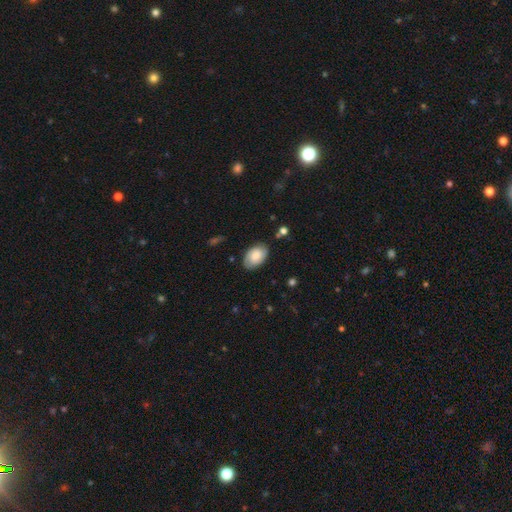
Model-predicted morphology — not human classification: Smooth or featured?
  - smooth: 61% *
  - featured or disk: 32%
  - star or artifact: 7%
How rounded?
  - in between: 91% *
  - round: 8%
  - cigar-shaped: 1%
Merging?
  - none: 79% *
  - minor disturbance: 15%
  - major disturbance: 4%
  - merger: 2%